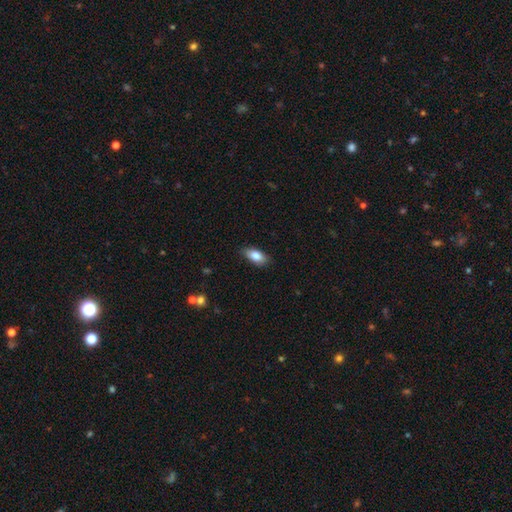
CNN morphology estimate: type=smooth (84%); roundness=in between (89%); merging=none (83%).